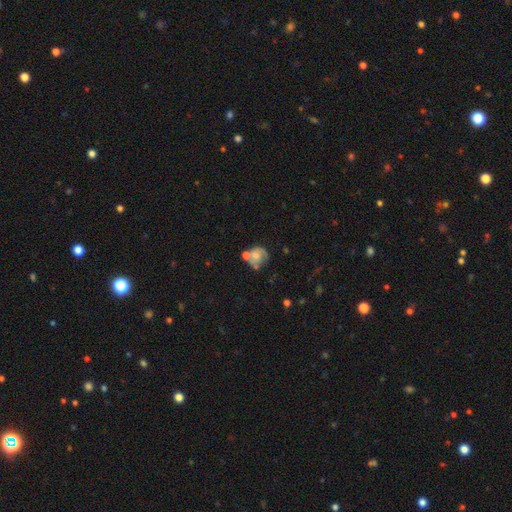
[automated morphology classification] The model was most divided on "smooth or featured": smooth: 47%, featured or disk: 44%, star or artifact: 9%. Remaining: merging — none (40%).